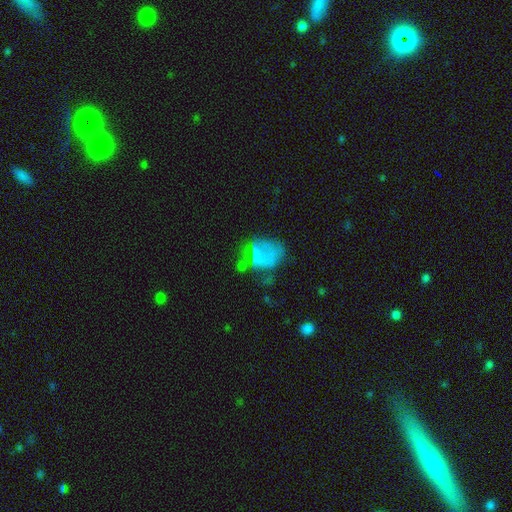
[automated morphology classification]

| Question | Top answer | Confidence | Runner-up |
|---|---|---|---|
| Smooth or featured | smooth | 55% | featured or disk (30%) |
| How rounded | in between | 60% | round (39%) |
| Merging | major disturbance | 37% | none (30%) |